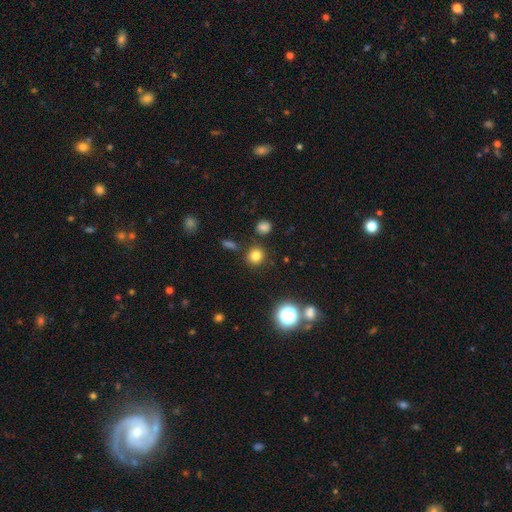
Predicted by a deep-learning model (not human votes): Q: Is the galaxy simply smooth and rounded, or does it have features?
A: smooth — 78%.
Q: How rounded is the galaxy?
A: round — 87%.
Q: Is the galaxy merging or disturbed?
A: none — 85%.